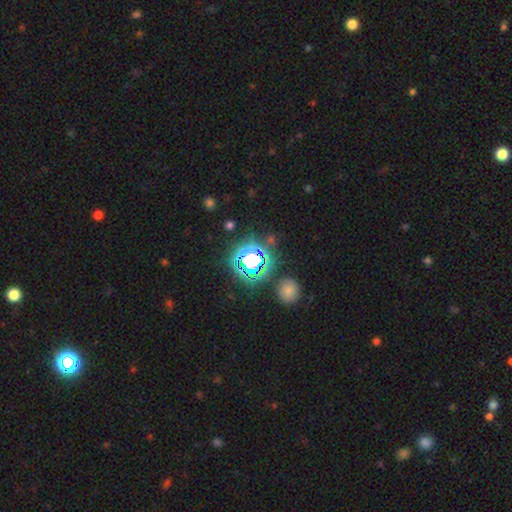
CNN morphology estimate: star or artifact 74%, smooth 18%, featured or disk 7%.